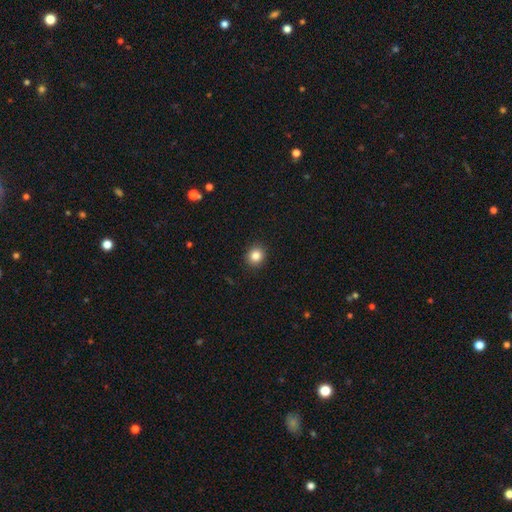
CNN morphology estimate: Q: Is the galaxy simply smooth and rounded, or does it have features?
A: smooth — 84%.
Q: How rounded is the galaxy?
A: round — 85%.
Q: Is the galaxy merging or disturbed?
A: none — 92%.